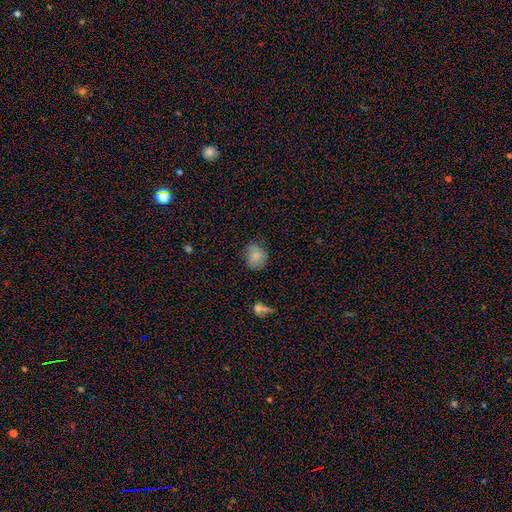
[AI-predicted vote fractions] Q: Smooth or featured?
A: smooth (77%); runner-up: featured or disk (13%)
Q: How rounded?
A: round (71%); runner-up: in between (28%)
Q: Merging?
A: none (71%); runner-up: minor disturbance (21%)